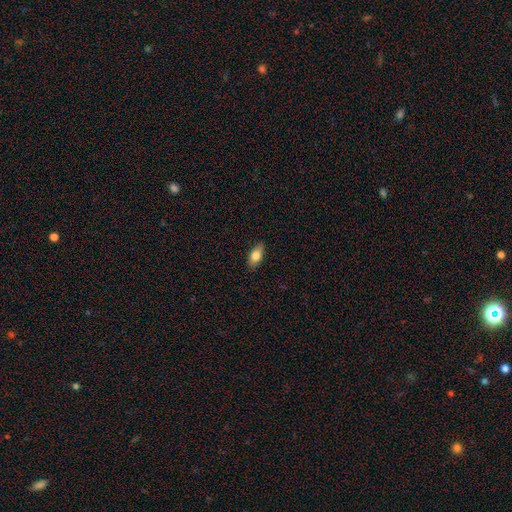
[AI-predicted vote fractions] A smooth galaxy with no disk features (79%) that is in between round and cigar-shaped (89%).

Vote fractions:
- Smooth or featured? smooth: 79% / featured or disk: 14% / star or artifact: 7%
- How rounded? in between: 89% / cigar-shaped: 7% / round: 4%
- Merging? none: 87% / minor disturbance: 10% / major disturbance: 2% / merger: 1%